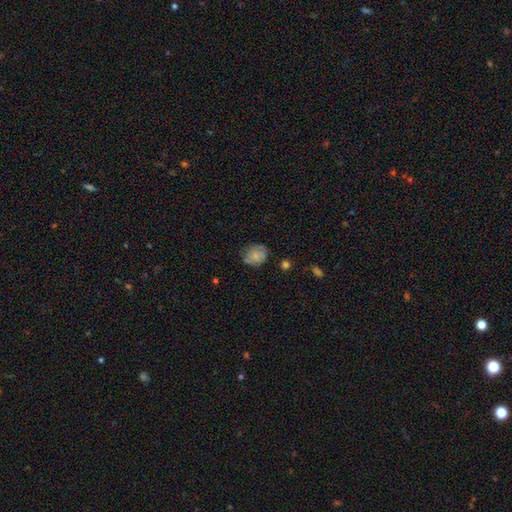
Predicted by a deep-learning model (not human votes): smooth 71%, featured or disk 20%, star or artifact 8%. Down the decision tree: how rounded — round (66%); merging — none (64%).